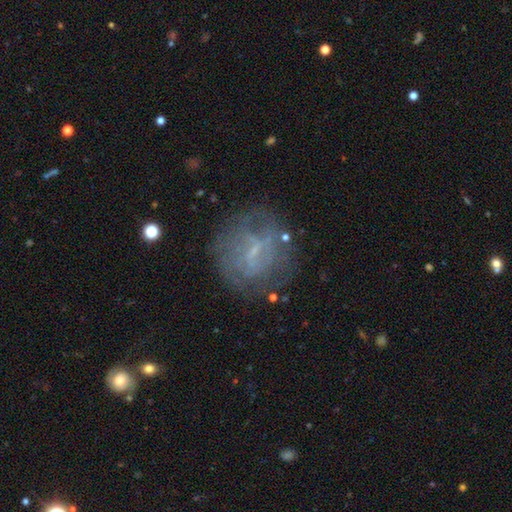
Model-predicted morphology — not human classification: featured or disk 55%, smooth 28%, star or artifact 17%. Down the decision tree: edge-on disk — no (94%); bar — weak (49%); spiral arms — yes (51%); bulge size — small (56%); merging — none (73%).